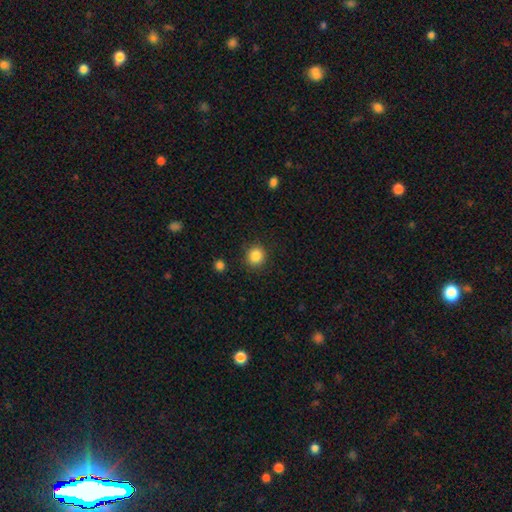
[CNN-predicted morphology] smooth 86%, star or artifact 10%, featured or disk 4%. Down the decision tree: how rounded — round (89%); merging — none (89%).